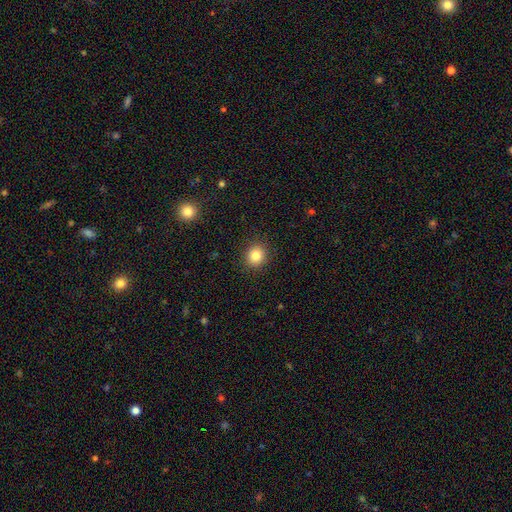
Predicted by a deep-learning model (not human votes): Overall: smooth (83%). How rounded: round (83%). Merging: none (91%).